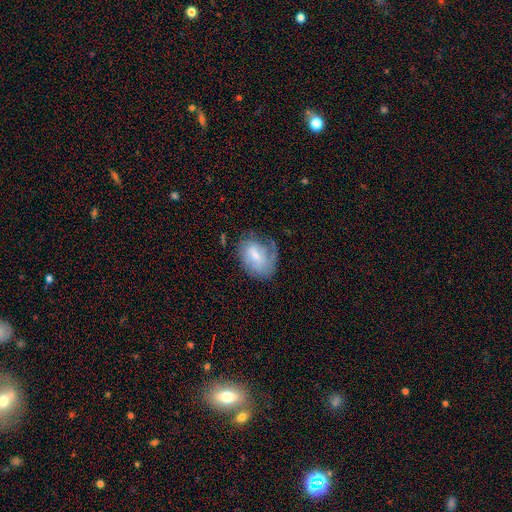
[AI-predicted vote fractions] Smooth or featured?
  - featured or disk: 52% *
  - smooth: 41%
  - star or artifact: 7%
Edge-on disk?
  - no: 96% *
  - yes: 4%
Merging?
  - none: 48% *
  - minor disturbance: 29%
  - major disturbance: 21%
  - merger: 2%